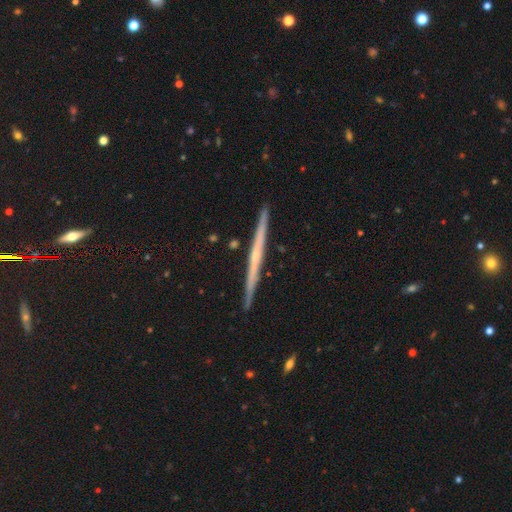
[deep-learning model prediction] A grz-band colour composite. It shows a featured or disk galaxy (69%) viewed edge-on (98%) with no central bulge (65%). Merging: none (91%).